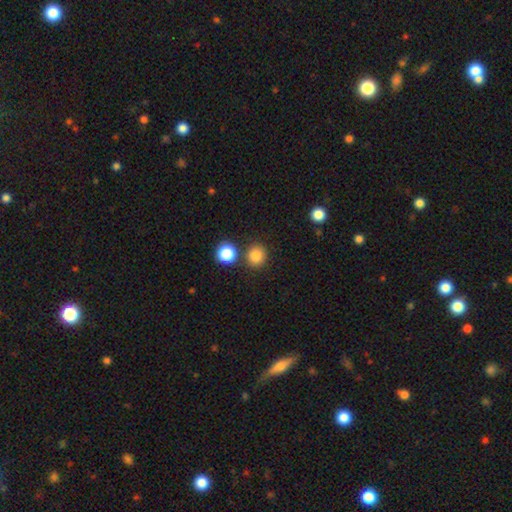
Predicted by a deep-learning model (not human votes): Smooth or featured: smooth — 83% (star or artifact — 12%)
How rounded: round — 87% (in between — 12%)
Merging: none — 79% (merger — 10%)